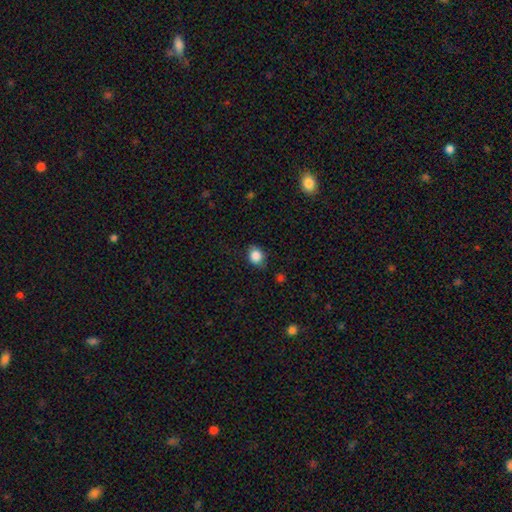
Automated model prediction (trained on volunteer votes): smooth_or_featured: smooth (p=0.86) [alt: star or artifact p=0.09]
how_rounded: round (p=0.62) [alt: in between p=0.37]
merging: none (p=0.77) [alt: minor disturbance p=0.18]